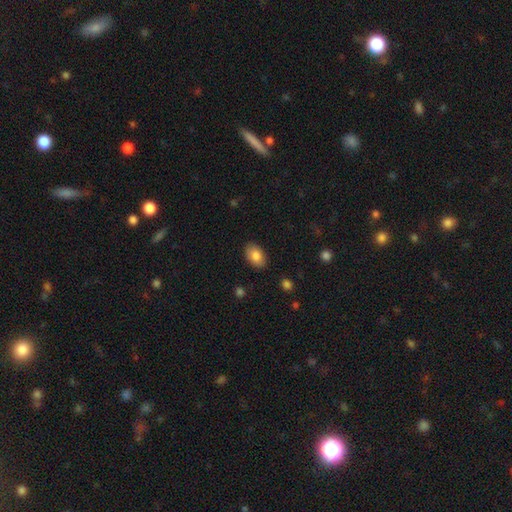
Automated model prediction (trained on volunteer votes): This appears to be a smooth galaxy with no disk features (83%) that is in between round and cigar-shaped (90%). Merging: none (87%).